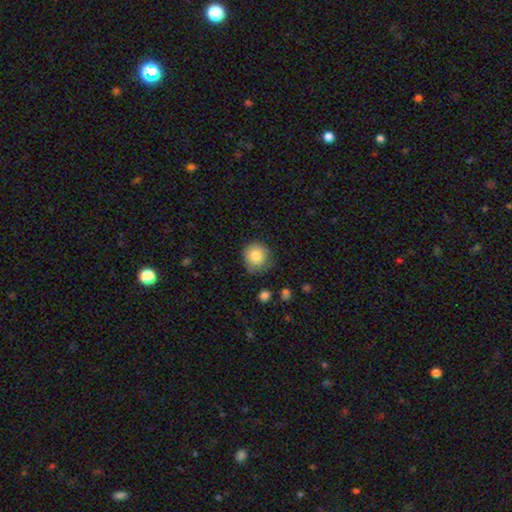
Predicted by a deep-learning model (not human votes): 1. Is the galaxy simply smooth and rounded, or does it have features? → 82% smooth, 9% featured or disk, 8% star or artifact.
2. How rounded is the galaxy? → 89% round, 10% in between, 1% cigar-shaped.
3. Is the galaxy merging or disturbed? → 70% none, 23% minor disturbance, 5% major disturbance, 2% merger.